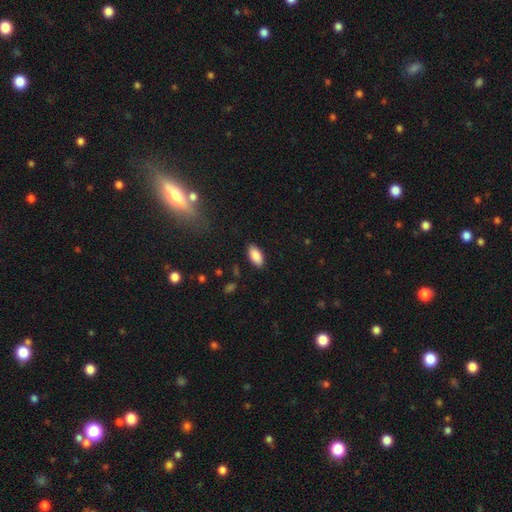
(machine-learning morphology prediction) The model was most divided on "merging": none: 87%, minor disturbance: 9%, major disturbance: 2%, merger: 1%. More confident: how rounded — in between (92%); smooth or featured — smooth (88%).